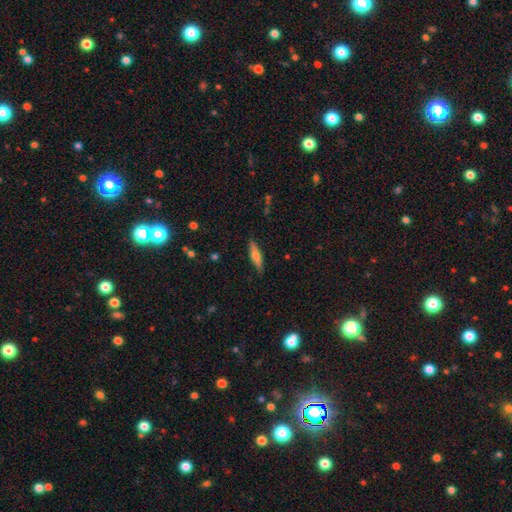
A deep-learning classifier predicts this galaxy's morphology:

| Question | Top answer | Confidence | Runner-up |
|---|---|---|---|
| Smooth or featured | smooth | 49% | featured or disk (45%) |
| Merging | none | 88% | minor disturbance (9%) |